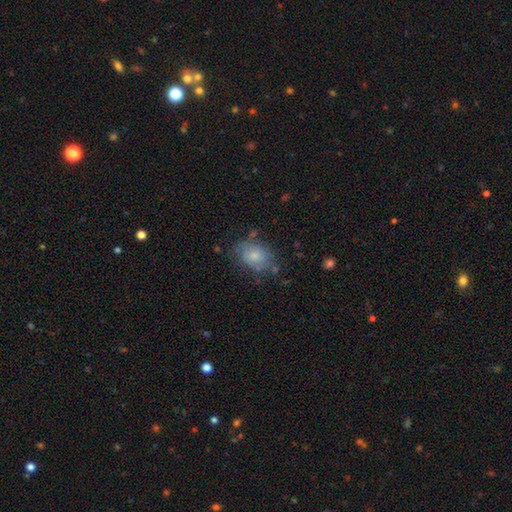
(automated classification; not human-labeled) This is likely a smooth galaxy (66%). How rounded: likely in between (68%). Merging: possibly none (59%).